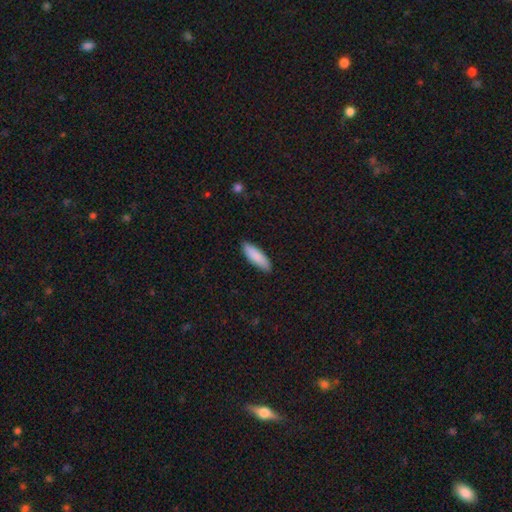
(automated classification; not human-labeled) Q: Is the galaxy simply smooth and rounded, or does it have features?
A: smooth — 88%.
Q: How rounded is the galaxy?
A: in between — 51%.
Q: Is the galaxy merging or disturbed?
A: none — 89%.